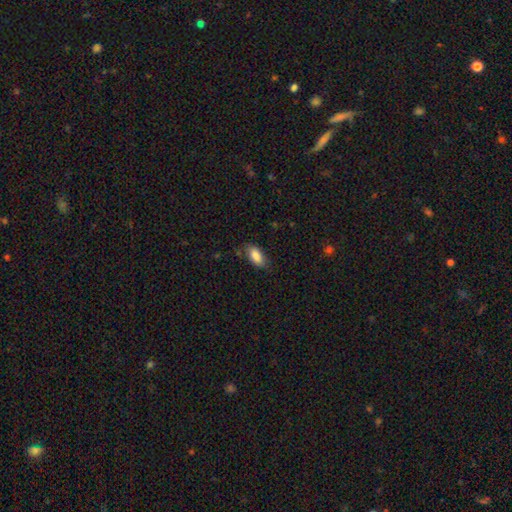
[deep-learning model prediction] Overall: smooth (86%). How rounded: in between (89%). Merging: none (78%).